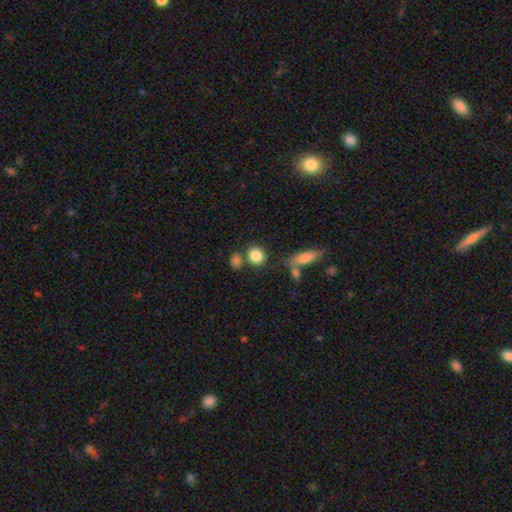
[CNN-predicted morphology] smooth_or_featured: smooth (p=0.84) [alt: star or artifact p=0.09]
how_rounded: round (p=0.68) [alt: in between p=0.30]
merging: none (p=0.64) [alt: merger p=0.20]